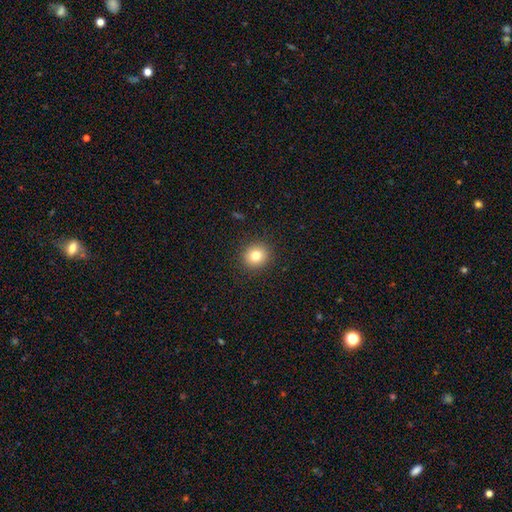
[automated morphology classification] Smooth or featured? smooth (80%)
How rounded? round (90%)
Merging? none (91%)